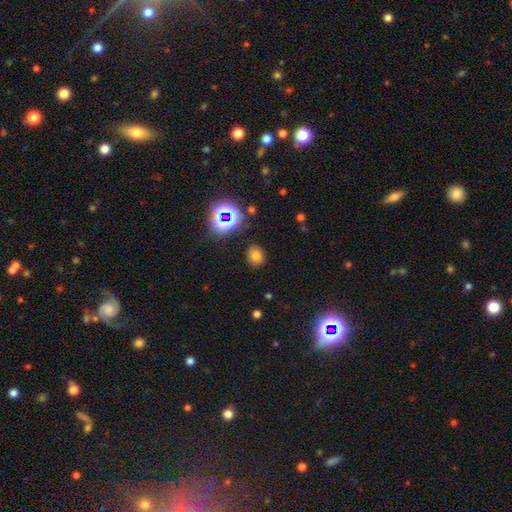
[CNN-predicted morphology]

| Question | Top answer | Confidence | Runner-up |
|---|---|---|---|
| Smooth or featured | smooth | 69% | star or artifact (23%) |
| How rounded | round | 68% | in between (31%) |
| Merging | none | 85% | minor disturbance (10%) |